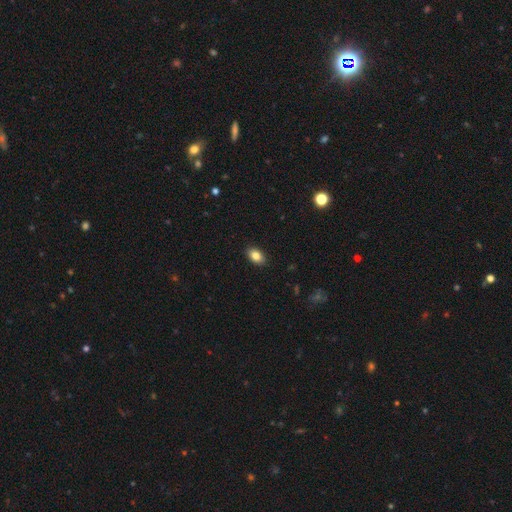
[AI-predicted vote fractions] Smooth or featured: smooth — 85% (star or artifact — 8%)
How rounded: in between — 88% (round — 11%)
Merging: none — 89% (minor disturbance — 8%)